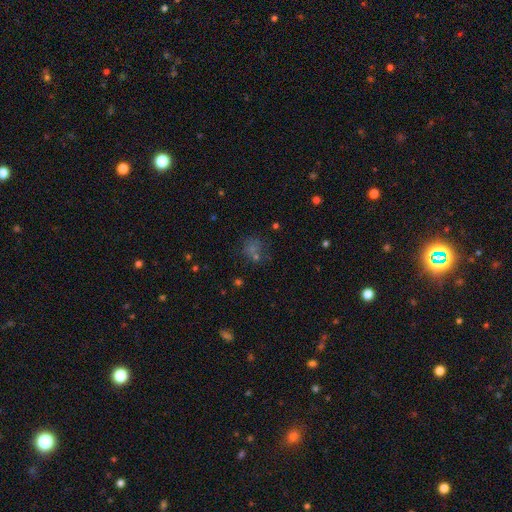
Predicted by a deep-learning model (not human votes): This appears to be a smooth galaxy with no disk features (48%). Merging: none (64%).